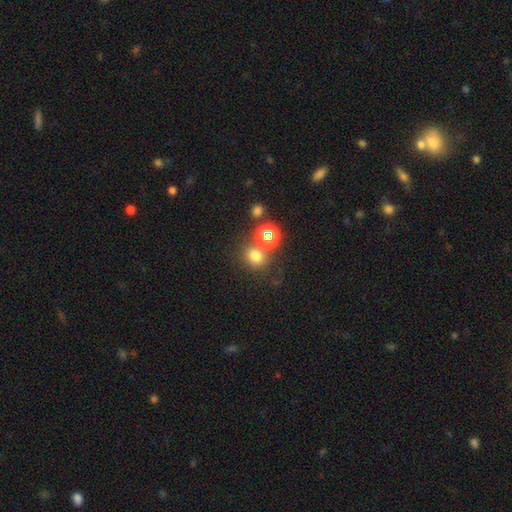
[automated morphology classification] Smooth or featured?
  - smooth: 70% *
  - star or artifact: 23%
  - featured or disk: 7%
How rounded?
  - round: 69% *
  - in between: 30%
  - cigar-shaped: 1%
Merging?
  - none: 67% *
  - merger: 18%
  - minor disturbance: 10%
  - major disturbance: 5%